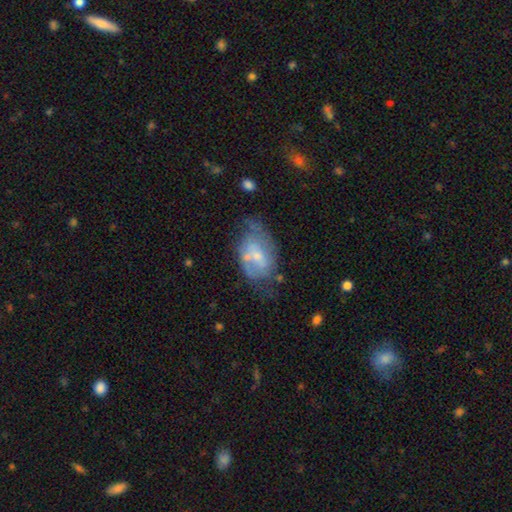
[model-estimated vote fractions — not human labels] This is possibly a featured or disk galaxy (52%). It is clearly not viewed edge-on (95%). Merging: marginally none (37%).